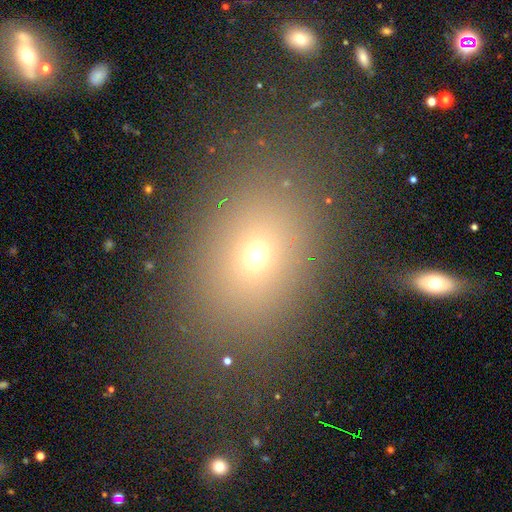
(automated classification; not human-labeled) Smooth or featured?
  - smooth: 65% *
  - star or artifact: 23%
  - featured or disk: 12%
How rounded?
  - in between: 62% *
  - round: 36%
  - cigar-shaped: 2%
Merging?
  - none: 81% *
  - minor disturbance: 10%
  - major disturbance: 5%
  - merger: 4%